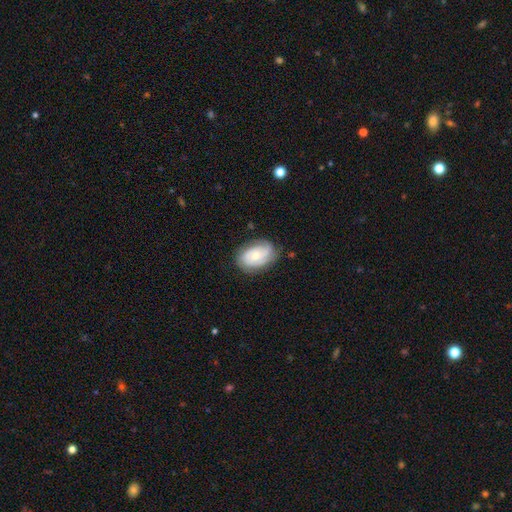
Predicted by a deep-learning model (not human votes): A featured or disk galaxy (61%) with no bar (72%), 2 (36%) tight (55%) spiral arms (87%) and a small central bulge (49%).

Vote fractions:
- Smooth or featured? featured or disk: 61% / smooth: 32% / star or artifact: 6%
- Edge-on disk? no: 96% / yes: 4%
- Bar? no: 72% / weak: 23% / strong: 4%
- Spiral arms? yes: 87% / no: 13%
- Spiral winding? tight: 55% / medium: 33% / loose: 12%
- Spiral arm count? 2: 36% / can't tell: 33% / 3: 18% / 1: 6% / 4: 4% / more than 4: 3%
- Bulge size? small: 49% / moderate: 45% / large: 3% / none: 2% / dominant: 1%
- Merging? none: 73% / minor disturbance: 20% / major disturbance: 6% / merger: 1%